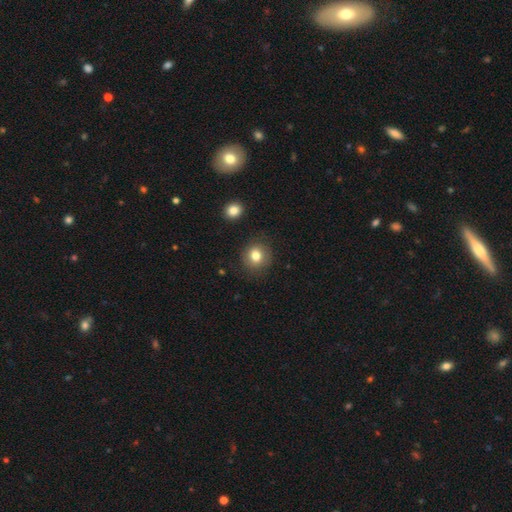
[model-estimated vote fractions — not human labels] Smooth or featured? smooth (80%)
How rounded? round (84%)
Merging? none (86%)